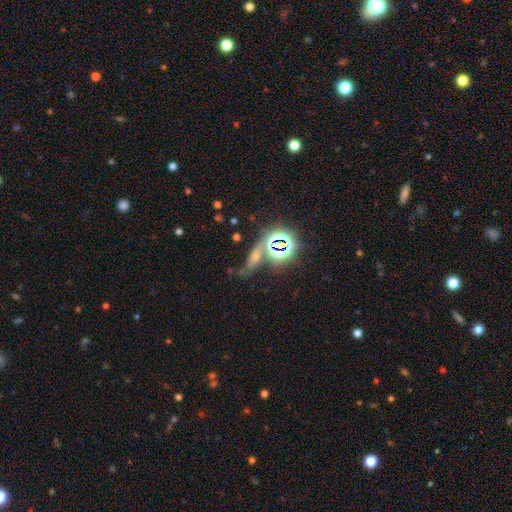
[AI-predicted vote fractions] smooth-or-featured: star or artifact: 44% | smooth: 39% | featured or disk: 17%